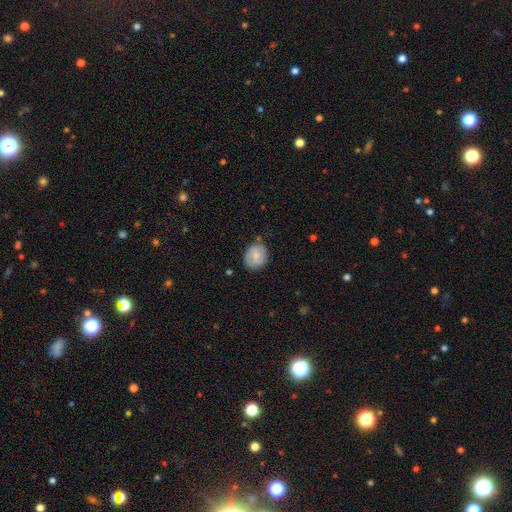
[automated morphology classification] type=smooth (64%); roundness=round (58%); merging=none (75%).